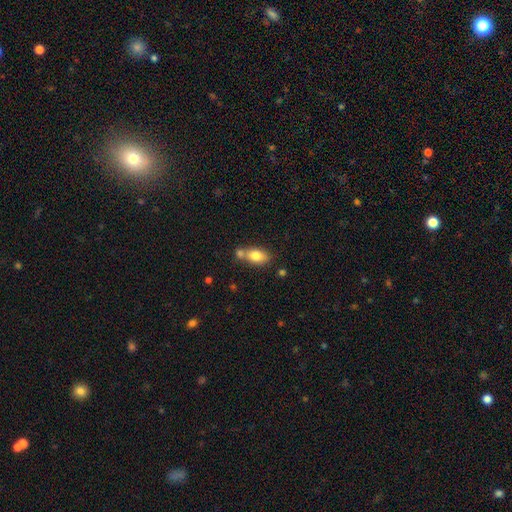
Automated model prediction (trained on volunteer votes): This appears to be a smooth galaxy with no disk features (80%) that is in between round and cigar-shaped (83%). Merging: none (48%).